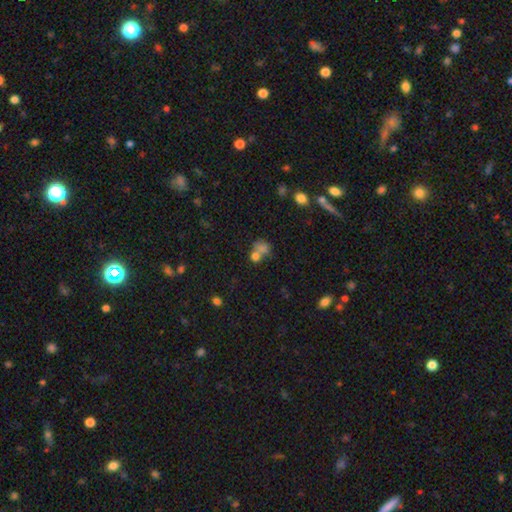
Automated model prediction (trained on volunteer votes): This appears to be a smooth galaxy with no disk features (58%) that is round (71%). Merging: merger (47%).